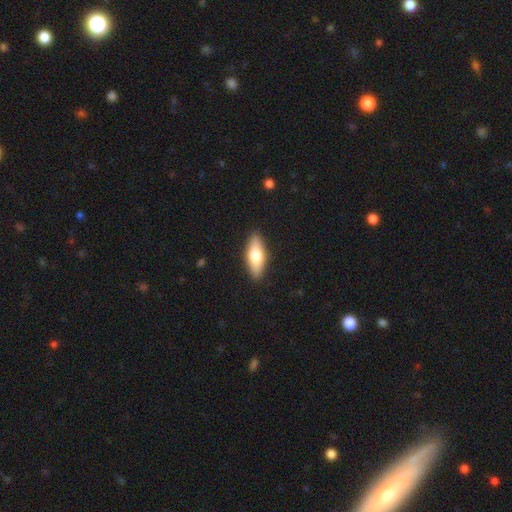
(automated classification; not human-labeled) This appears to be a smooth galaxy with no disk features (67%) that is in between round and cigar-shaped (67%). Merging: none (89%).